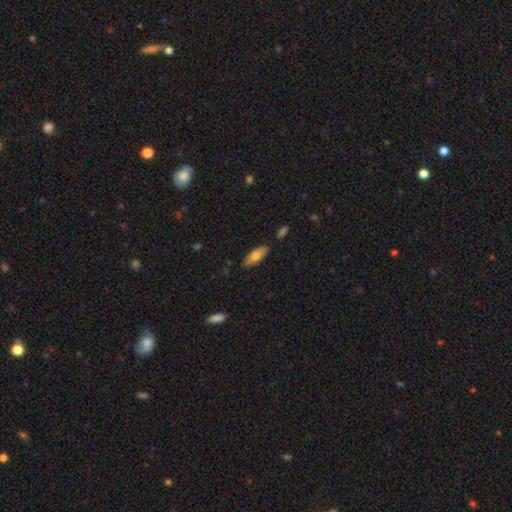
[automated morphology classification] A smooth galaxy with no disk features (66%) that is in between round and cigar-shaped (72%).

Vote fractions:
- Smooth or featured? smooth: 66% / featured or disk: 28% / star or artifact: 6%
- How rounded? in between: 72% / cigar-shaped: 26% / round: 2%
- Merging? none: 82% / minor disturbance: 14% / major disturbance: 2% / merger: 2%